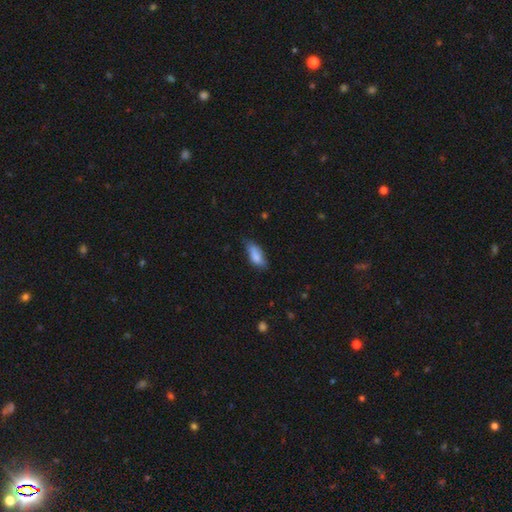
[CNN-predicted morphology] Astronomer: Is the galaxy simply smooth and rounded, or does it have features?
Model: smooth — 83%.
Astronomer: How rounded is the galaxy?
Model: in between — 75%.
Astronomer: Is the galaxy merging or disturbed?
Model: none — 59%.